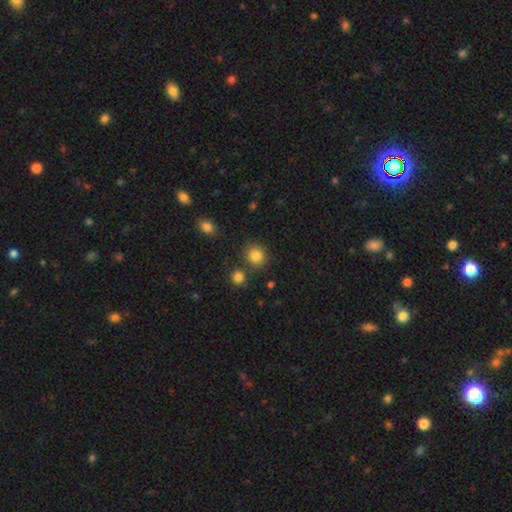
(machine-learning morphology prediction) smooth-or-featured: smooth: 84% | star or artifact: 11% | featured or disk: 5%
  how-rounded: round: 82% | in between: 17% | cigar-shaped: 1%
  merging: none: 80% | minor disturbance: 9% | merger: 8% | major disturbance: 3%